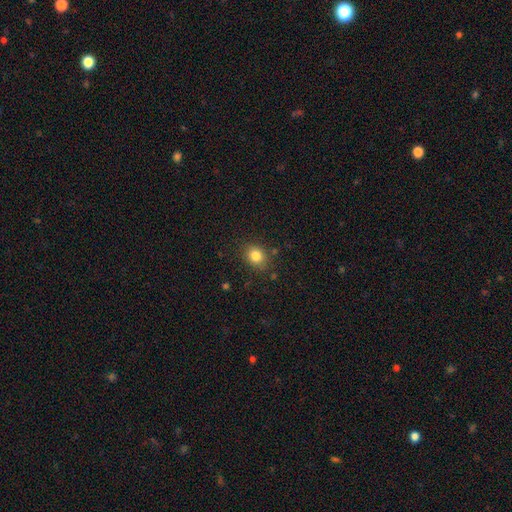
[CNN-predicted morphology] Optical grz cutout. It shows a smooth galaxy with no disk features (83%) that is round (65%). Merging: none (83%).